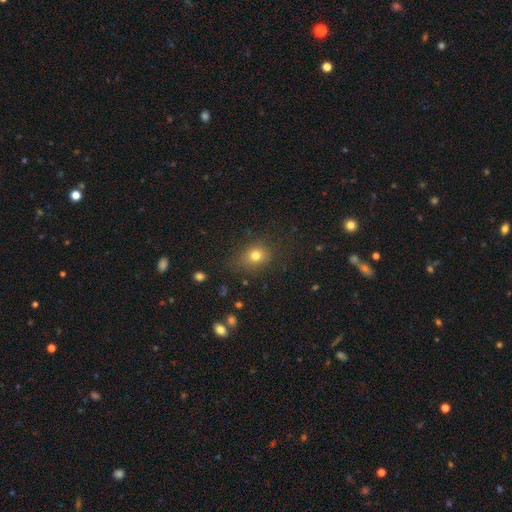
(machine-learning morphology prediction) Q: Smooth or featured?
A: smooth (77%); runner-up: star or artifact (15%)
Q: How rounded?
A: round (61%); runner-up: in between (37%)
Q: Merging?
A: none (78%); runner-up: minor disturbance (15%)